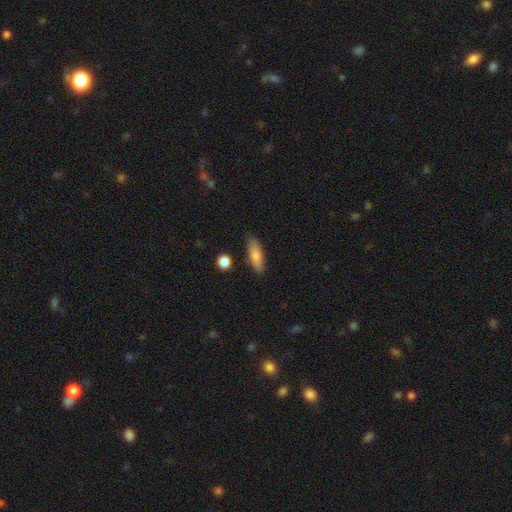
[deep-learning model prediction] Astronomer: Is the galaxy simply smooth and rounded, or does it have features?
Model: smooth — 80%.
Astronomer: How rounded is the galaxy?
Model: in between — 52% (runner-up: cigar-shaped, 45%).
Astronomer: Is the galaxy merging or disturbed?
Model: none — 83%.